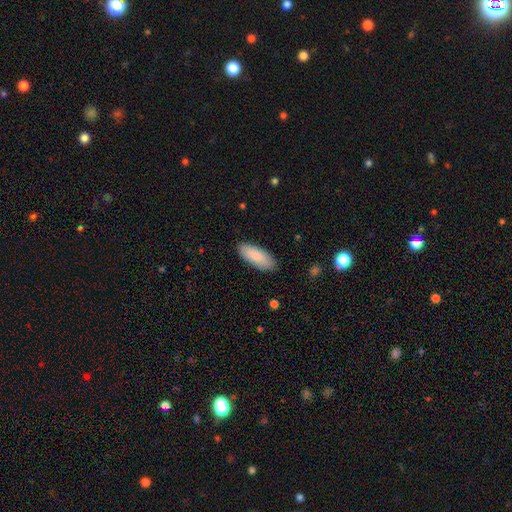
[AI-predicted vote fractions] Morphology: type=smooth (88%); roundness=in between (80%); merging=none (87%).